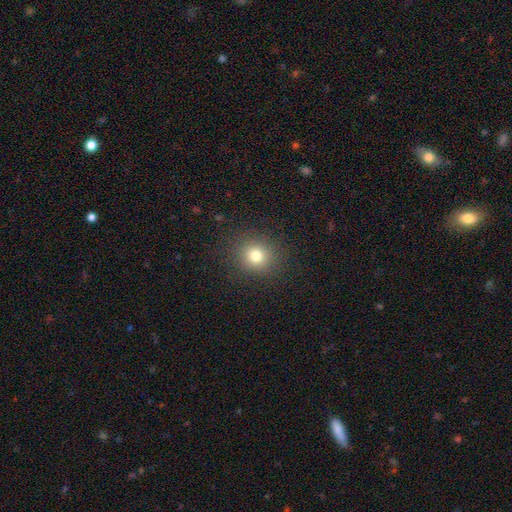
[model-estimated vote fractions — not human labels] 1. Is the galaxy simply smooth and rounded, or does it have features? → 77% smooth, 15% star or artifact, 8% featured or disk.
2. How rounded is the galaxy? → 89% round, 10% in between, 1% cigar-shaped.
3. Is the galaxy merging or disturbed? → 89% none, 7% minor disturbance, 3% major disturbance, 1% merger.